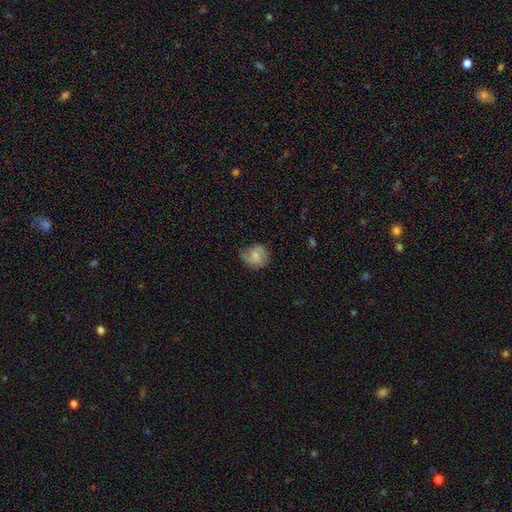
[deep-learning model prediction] smooth_or_featured: smooth (p=0.48) [alt: featured or disk p=0.44]
merging: none (p=0.58) [alt: minor disturbance p=0.30]